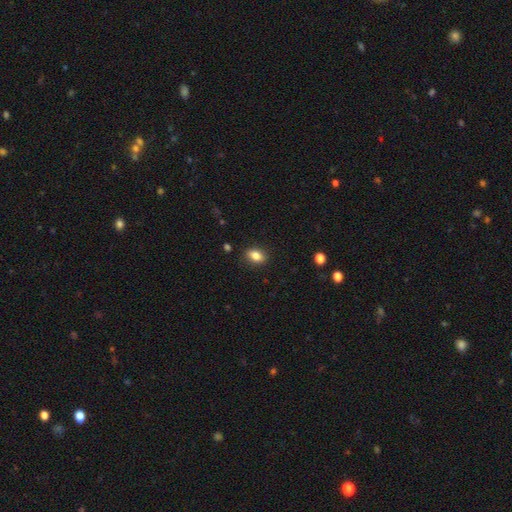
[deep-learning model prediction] smooth_or_featured: smooth (p=0.83) [alt: star or artifact p=0.09]
how_rounded: in between (p=0.79) [alt: round p=0.19]
merging: none (p=0.85) [alt: minor disturbance p=0.11]